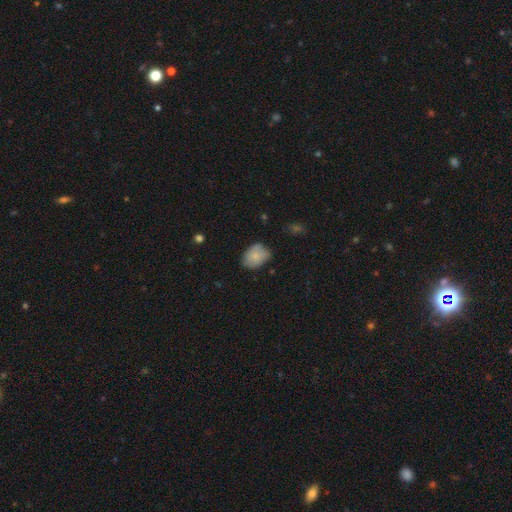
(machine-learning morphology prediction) Smooth or featured? Predicted: smooth (p=0.75). How rounded? Predicted: in between (p=0.71). Merging? Predicted: none (p=0.65).